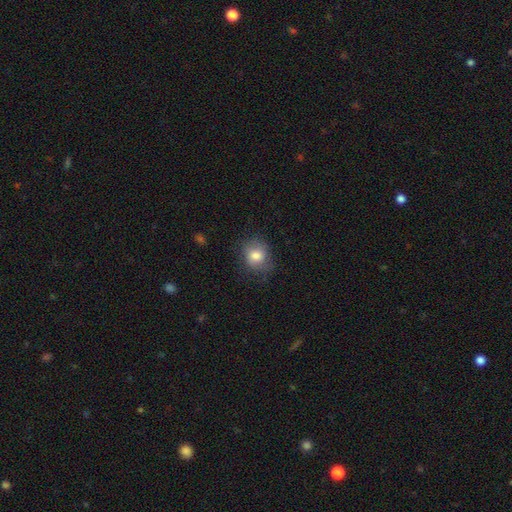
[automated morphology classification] smooth_or_featured: smooth (p=0.80) [alt: featured or disk p=0.11]
how_rounded: round (p=0.65) [alt: in between p=0.34]
merging: none (p=0.72) [alt: minor disturbance p=0.21]